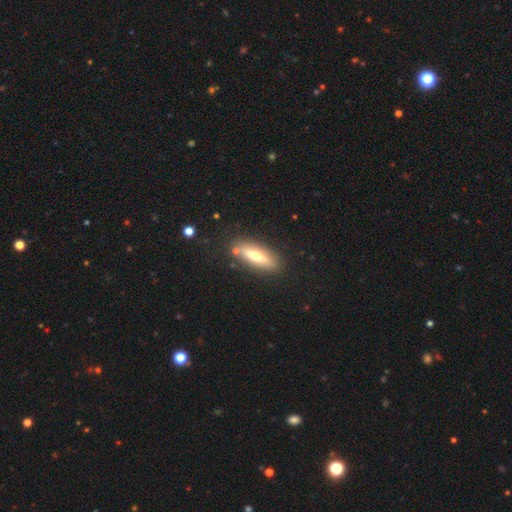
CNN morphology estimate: Smooth or featured? smooth (53%)
How rounded? cigar-shaped (57%)
Merging? none (84%)